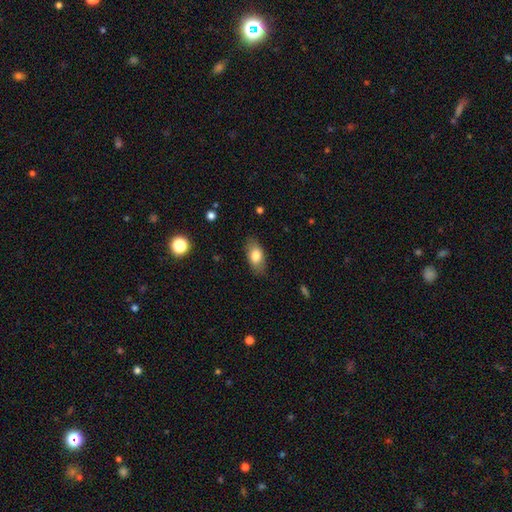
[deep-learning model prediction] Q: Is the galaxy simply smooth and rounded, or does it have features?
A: smooth — 79%.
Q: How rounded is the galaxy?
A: in between — 90%.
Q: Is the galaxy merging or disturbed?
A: none — 83%.